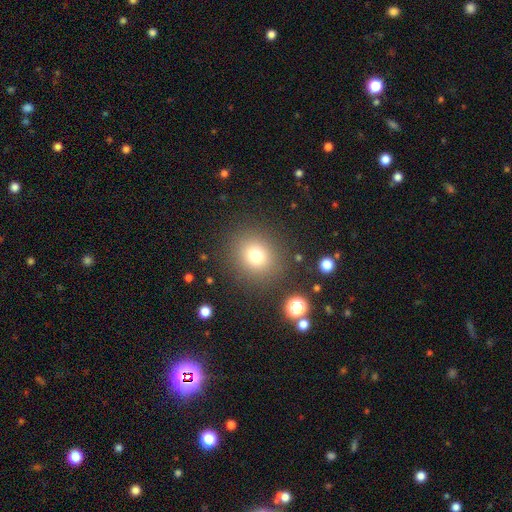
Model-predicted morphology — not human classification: This is likely a smooth galaxy (75%). How rounded: clearly round (81%). Merging: clearly none (87%).